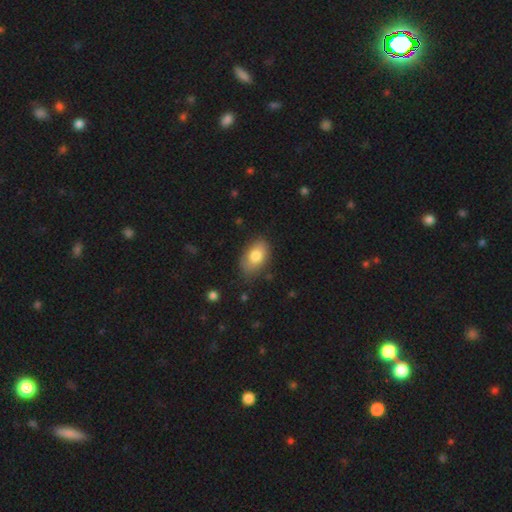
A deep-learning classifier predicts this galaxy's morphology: This appears to be a smooth galaxy with no disk features (80%) that is in between round and cigar-shaped (90%). Merging: none (74%).